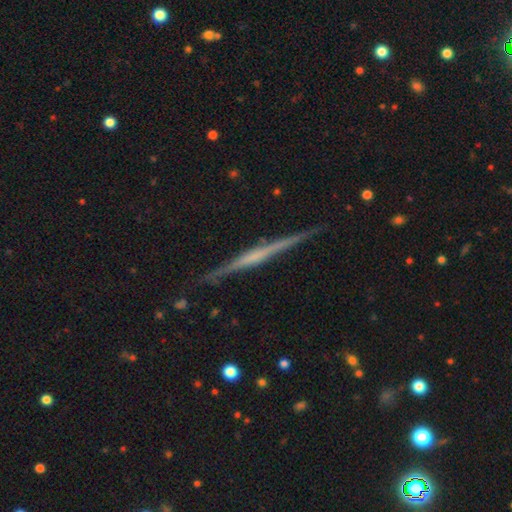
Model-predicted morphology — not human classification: smooth-or-featured: featured or disk: 77% | smooth: 17% | star or artifact: 6%
  disk-edge-on: yes: 98% | no: 2%
    edge-on-bulge: none: 53% | rounded: 30% | boxy: 17%
  merging: none: 90% | minor disturbance: 7% | major disturbance: 1% | merger: 1%